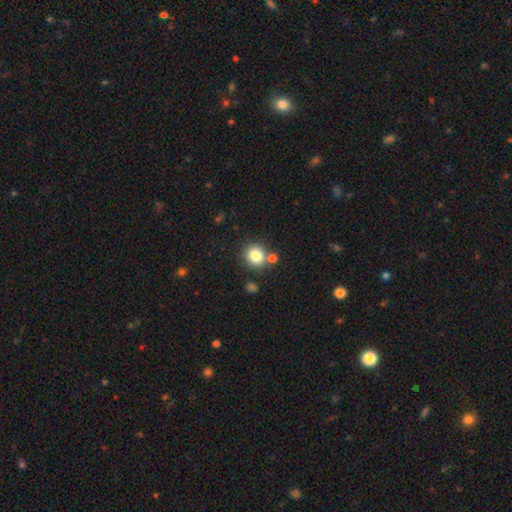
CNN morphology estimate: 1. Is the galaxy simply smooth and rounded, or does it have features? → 81% smooth, 11% star or artifact, 8% featured or disk.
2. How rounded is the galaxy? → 85% round, 14% in between, 1% cigar-shaped.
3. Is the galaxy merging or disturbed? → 73% none, 15% merger, 9% minor disturbance, 3% major disturbance.